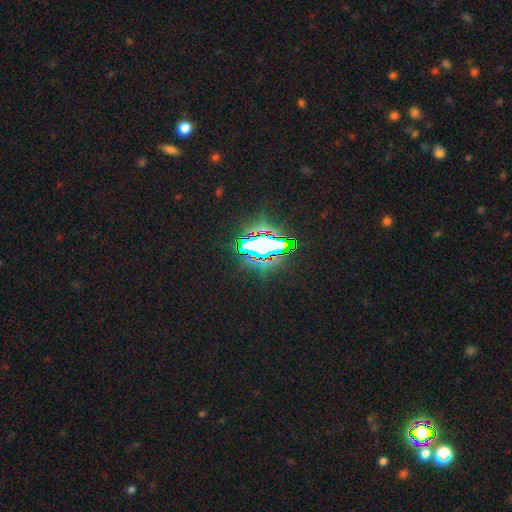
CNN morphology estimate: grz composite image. It shows a star or artifact, not a galaxy (84%).